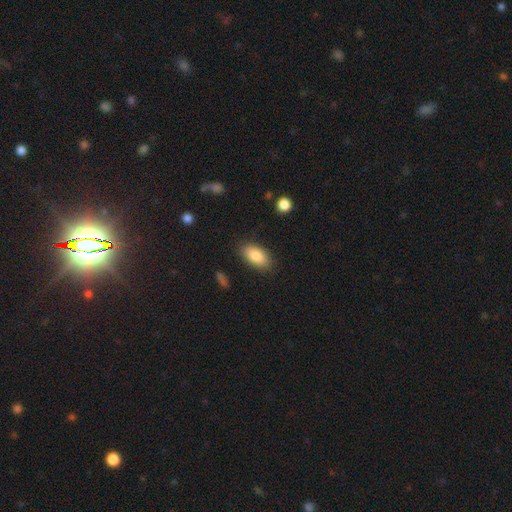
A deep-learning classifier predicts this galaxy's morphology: Overall: smooth (85%). How rounded: in between (92%). Merging: none (86%).